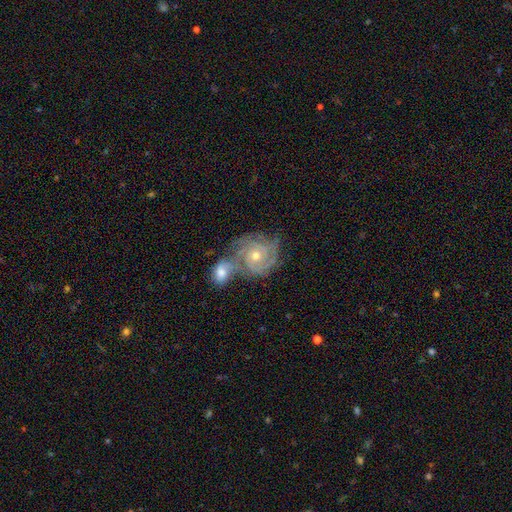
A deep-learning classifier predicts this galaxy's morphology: type=featured or disk (86%); edge-on=no (97%); bar=no (74%); spiral arms=yes (97%); winding=tight (75%); arm count=3 (35%); bulge=moderate (54%); merging=none (41%, tied with merger).